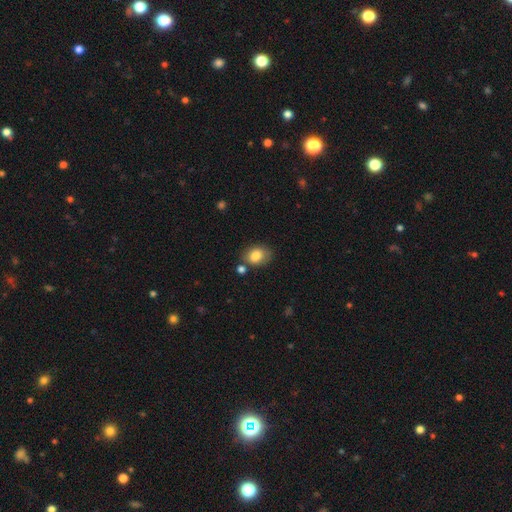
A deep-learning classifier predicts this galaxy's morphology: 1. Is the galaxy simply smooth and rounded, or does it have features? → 83% smooth, 9% featured or disk, 8% star or artifact.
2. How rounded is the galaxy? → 67% in between, 32% round, 1% cigar-shaped.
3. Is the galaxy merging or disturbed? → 68% none, 18% minor disturbance, 9% merger, 5% major disturbance.